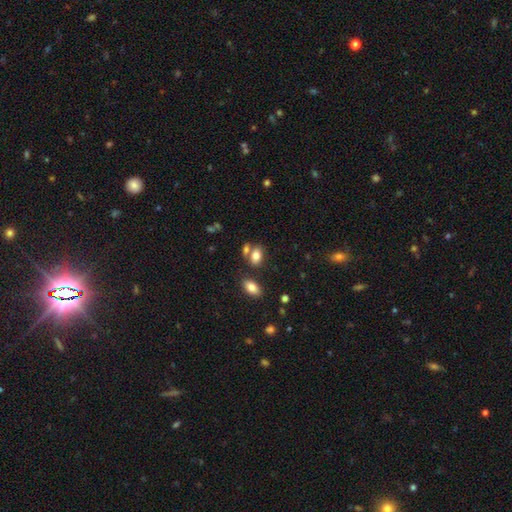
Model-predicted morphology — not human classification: Smooth or featured? smooth (81%)
How rounded? in between (86%)
Merging? none (57%)